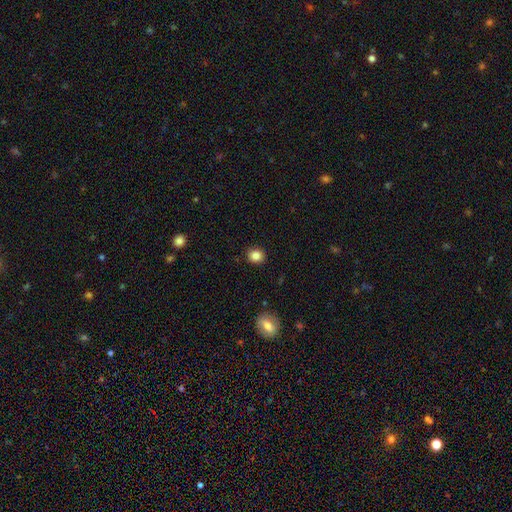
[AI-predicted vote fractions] A smooth galaxy with no disk features (84%) that is round (77%).

Vote fractions:
- Smooth or featured? smooth: 84% / star or artifact: 10% / featured or disk: 5%
- How rounded? round: 77% / in between: 22% / cigar-shaped: 1%
- Merging? none: 90% / minor disturbance: 7% / major disturbance: 2% / merger: 1%